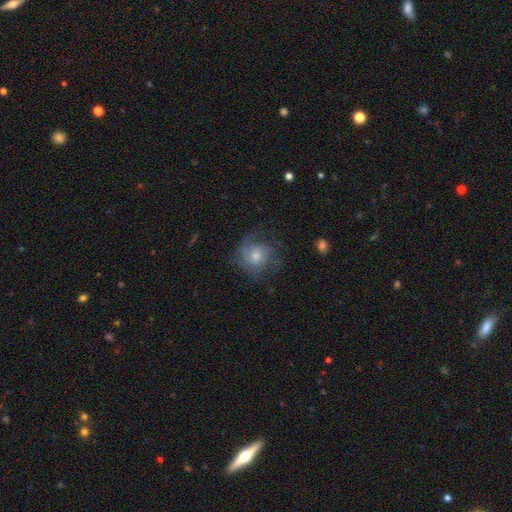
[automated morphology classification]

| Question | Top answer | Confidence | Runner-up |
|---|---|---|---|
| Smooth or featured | featured or disk | 62% | smooth (27%) |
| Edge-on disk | no | 97% | yes (3%) |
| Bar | no | 79% | weak (19%) |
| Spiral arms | yes | 87% | no (13%) |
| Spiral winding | tight | 45% | medium (39%) |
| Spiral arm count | can't tell | 38% | 3 (24%) |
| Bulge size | moderate | 60% | small (28%) |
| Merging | none | 69% | minor disturbance (18%) |